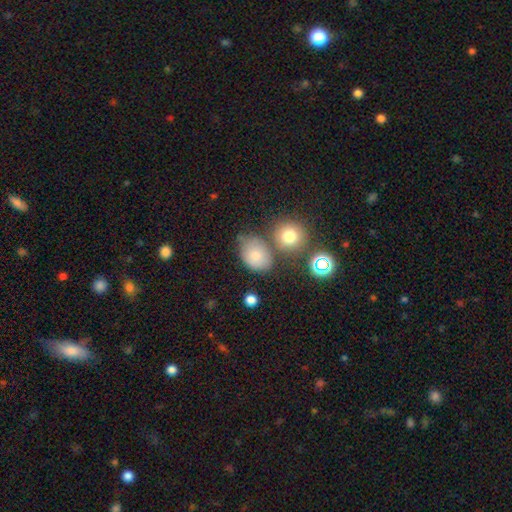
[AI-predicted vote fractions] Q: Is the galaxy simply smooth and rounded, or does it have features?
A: smooth — 73%.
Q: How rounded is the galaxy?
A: in between — 57%.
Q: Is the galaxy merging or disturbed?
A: none — 60%.